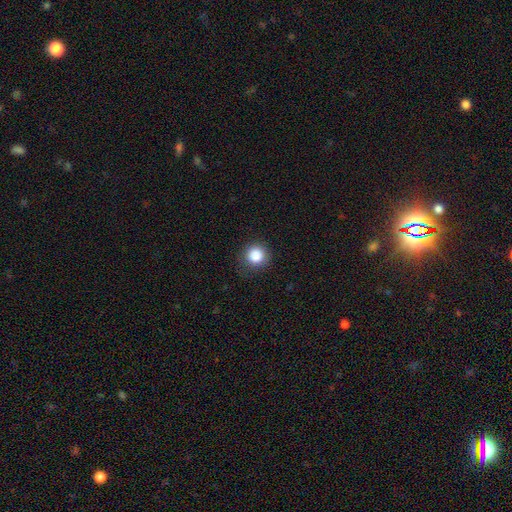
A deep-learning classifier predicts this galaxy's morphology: This is clearly a smooth galaxy (84%). How rounded: clearly round (93%). Merging: clearly none (86%).